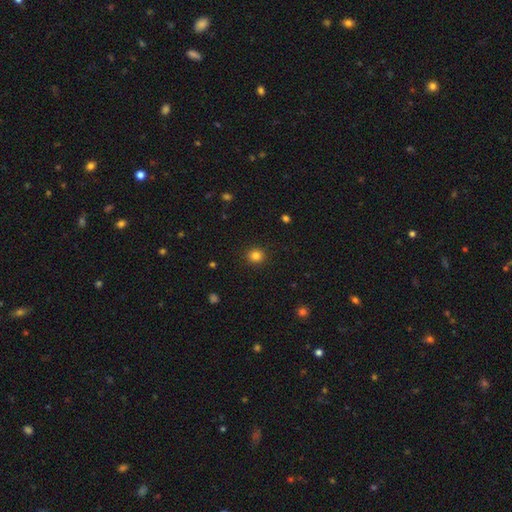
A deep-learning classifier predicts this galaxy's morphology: type=smooth (83%); roundness=round (88%); merging=none (91%).